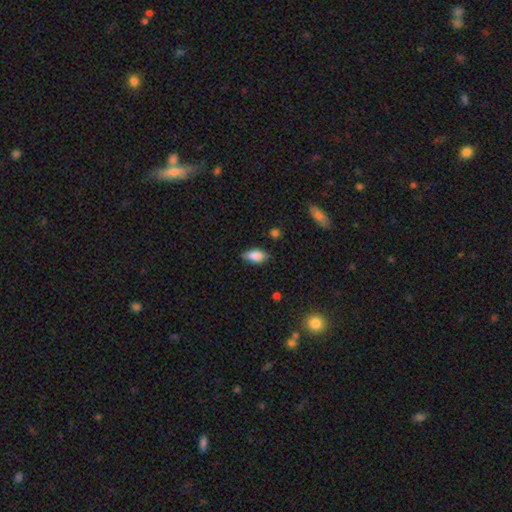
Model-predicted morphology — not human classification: The model was most divided on "merging": none: 76%, minor disturbance: 20%, major disturbance: 3%, merger: 2%. More confident: how rounded — in between (90%); smooth or featured — smooth (83%).